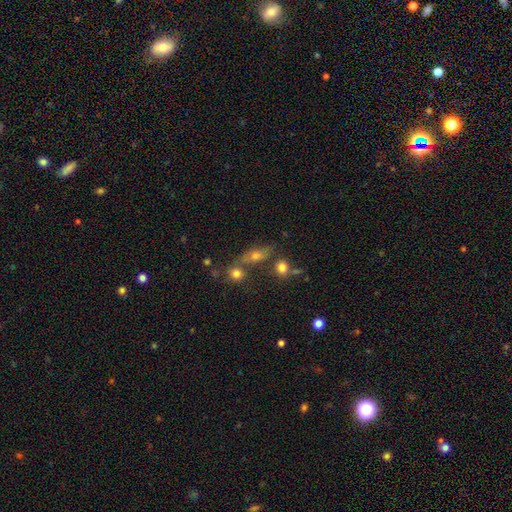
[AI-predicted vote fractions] Smooth or featured: smooth — 57% (featured or disk — 26%)
How rounded: in between — 53% (cigar-shaped — 24%)
Merging: none — 57% (merger — 22%)